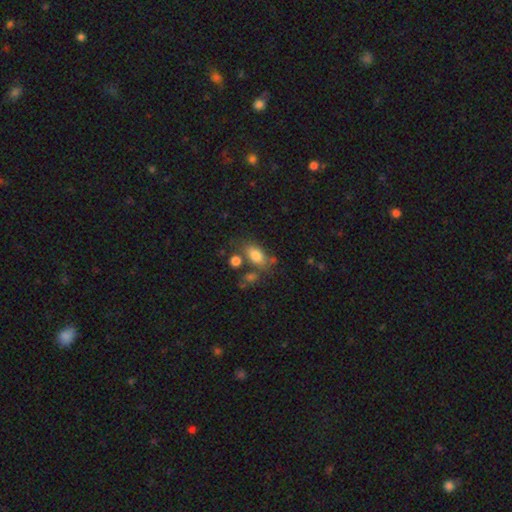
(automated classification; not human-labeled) Smooth or featured? smooth (80%)
How rounded? in between (87%)
Merging? none (60%)